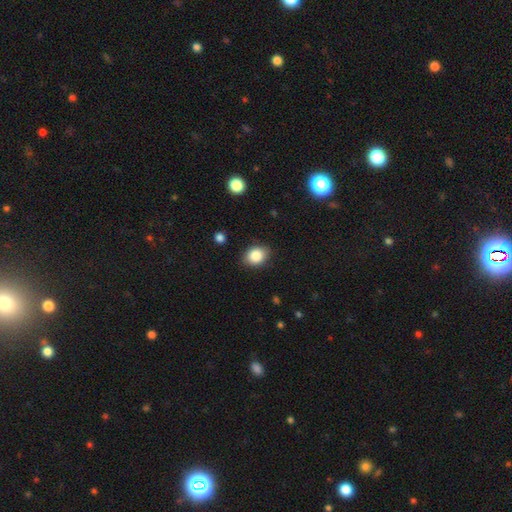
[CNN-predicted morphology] smooth_or_featured: smooth (p=0.85) [alt: star or artifact p=0.09]
how_rounded: in between (p=0.58) [alt: round p=0.41]
merging: none (p=0.85) [alt: minor disturbance p=0.11]